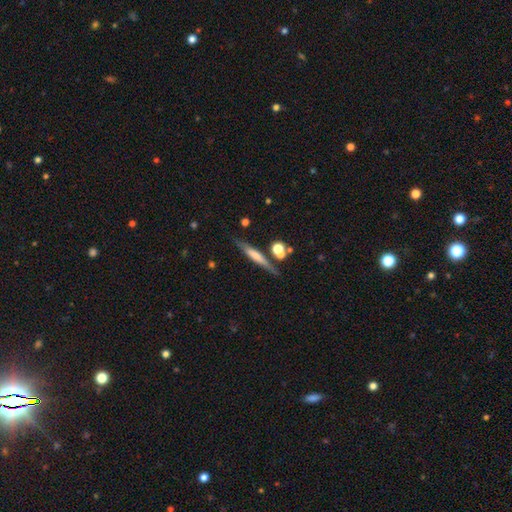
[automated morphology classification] Smooth or featured? Predicted: smooth (p=0.47). Merging? Predicted: none (p=0.74).